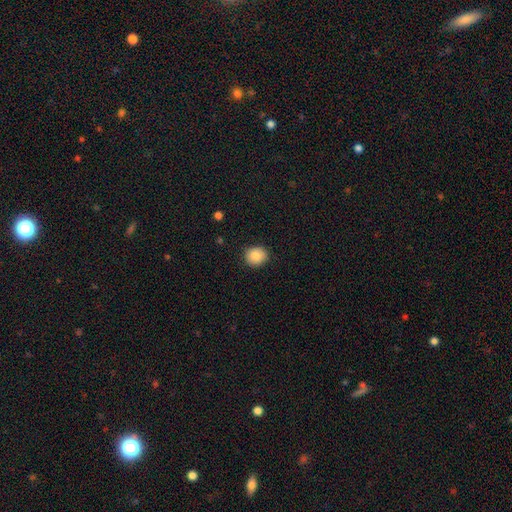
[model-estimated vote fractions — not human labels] smooth 88%, star or artifact 8%, featured or disk 4%. Down the decision tree: how rounded — round (78%); merging — none (87%).